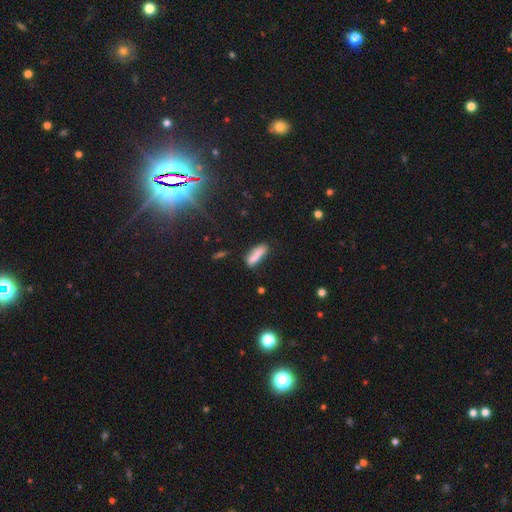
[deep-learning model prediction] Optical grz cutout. It shows a smooth galaxy with no disk features (75%) that is in between round and cigar-shaped (54%). Merging: none (43%).